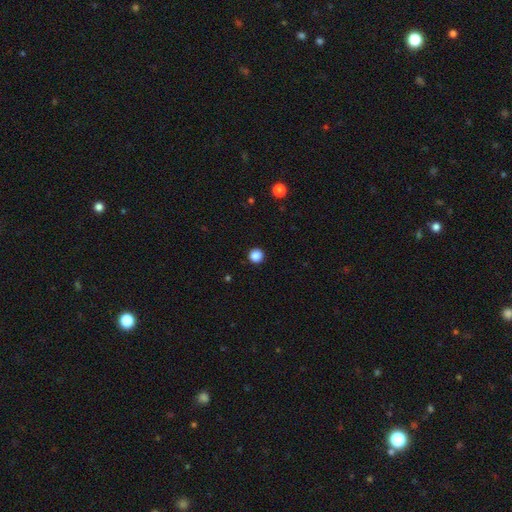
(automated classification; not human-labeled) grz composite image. It shows a smooth galaxy with no disk features (87%) that is round (95%). Merging: none (93%).